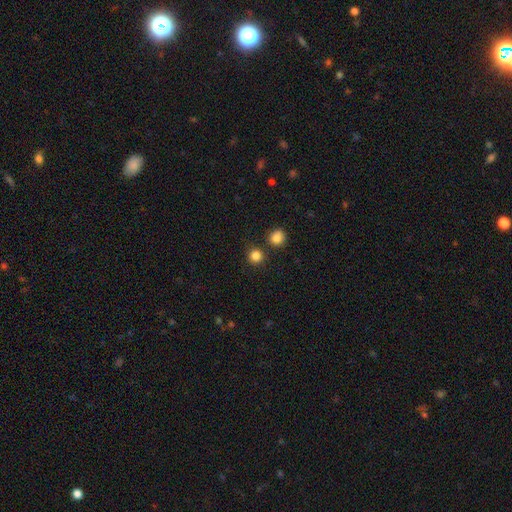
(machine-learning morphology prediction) Smooth or featured? smooth (83%)
How rounded? round (93%)
Merging? none (83%)